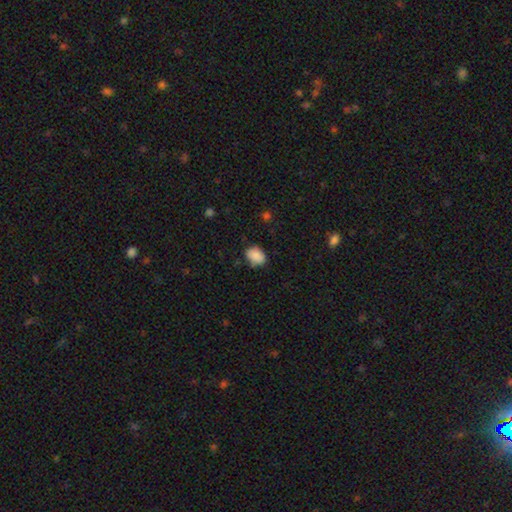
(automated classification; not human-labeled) Morphology: type=smooth (88%); roundness=in between (72%); merging=none (76%).